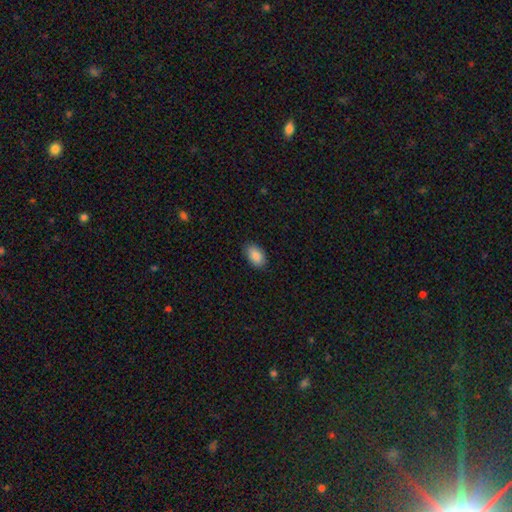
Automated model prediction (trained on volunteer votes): Smooth or featured: smooth — 89% (star or artifact — 7%)
How rounded: in between — 92% (round — 6%)
Merging: none — 86% (minor disturbance — 11%)